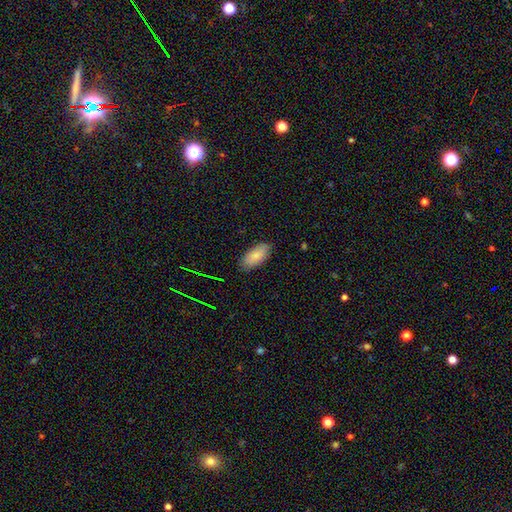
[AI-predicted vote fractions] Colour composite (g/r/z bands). It shows a smooth galaxy with no disk features (83%) that is in between round and cigar-shaped (89%). Merging: none (86%).